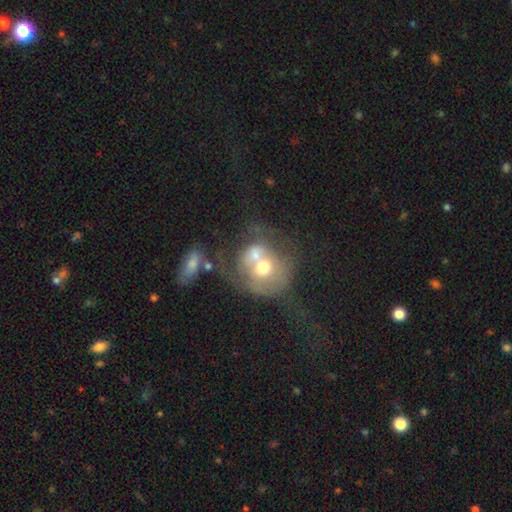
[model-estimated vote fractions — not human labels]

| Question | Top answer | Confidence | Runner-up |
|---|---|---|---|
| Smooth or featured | smooth | 46% | featured or disk (44%) |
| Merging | merger | 55% | none (19%) |